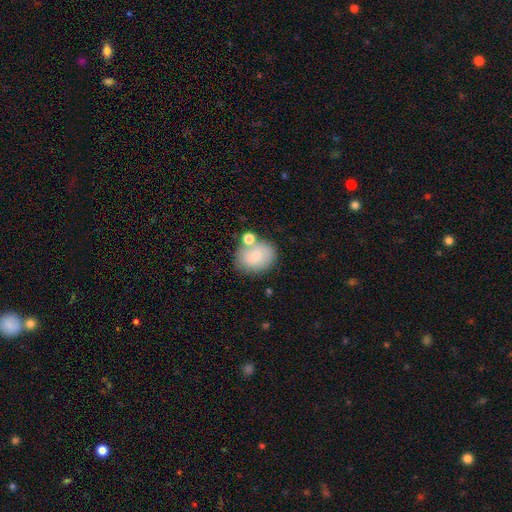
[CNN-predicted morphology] This appears to be a smooth galaxy with no disk features (73%) that is round (58%). Merging: none (57%).